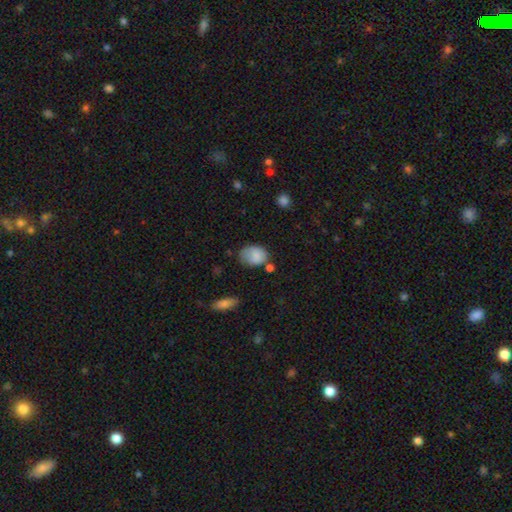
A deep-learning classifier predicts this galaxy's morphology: Q: Smooth or featured?
A: smooth (80%); runner-up: featured or disk (12%)
Q: How rounded?
A: in between (68%); runner-up: round (31%)
Q: Merging?
A: none (49%); runner-up: minor disturbance (34%)